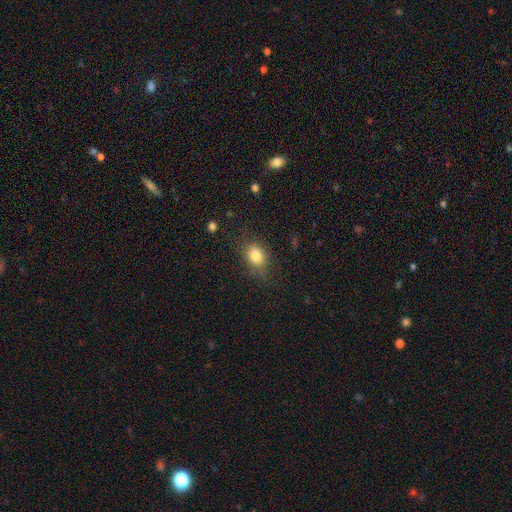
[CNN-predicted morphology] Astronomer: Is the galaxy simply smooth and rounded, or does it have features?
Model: smooth — 82%.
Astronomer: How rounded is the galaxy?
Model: in between — 65%.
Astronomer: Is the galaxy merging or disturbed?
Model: none — 77%.